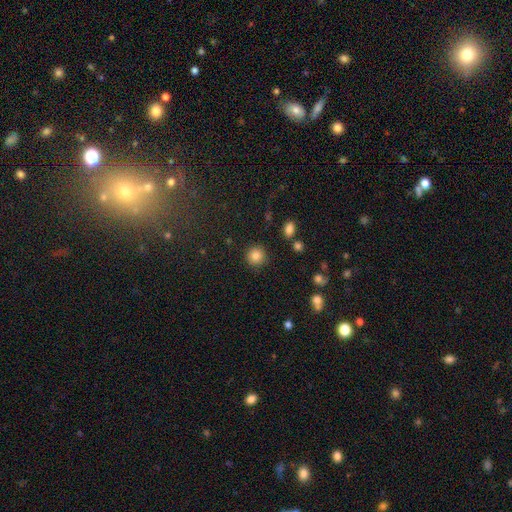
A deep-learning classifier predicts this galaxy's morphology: Smooth or featured? Predicted: smooth (p=0.84). How rounded? Predicted: round (p=0.93). Merging? Predicted: none (p=0.89).